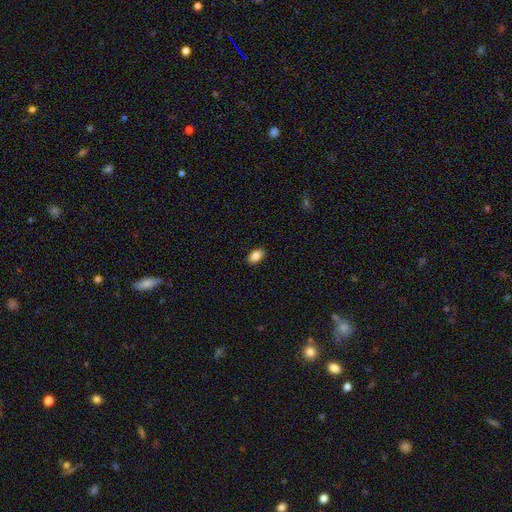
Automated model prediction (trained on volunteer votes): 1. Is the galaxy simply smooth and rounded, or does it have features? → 86% smooth, 8% star or artifact, 6% featured or disk.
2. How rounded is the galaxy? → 89% in between, 9% round, 2% cigar-shaped.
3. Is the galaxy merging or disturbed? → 89% none, 8% minor disturbance, 2% major disturbance, 1% merger.